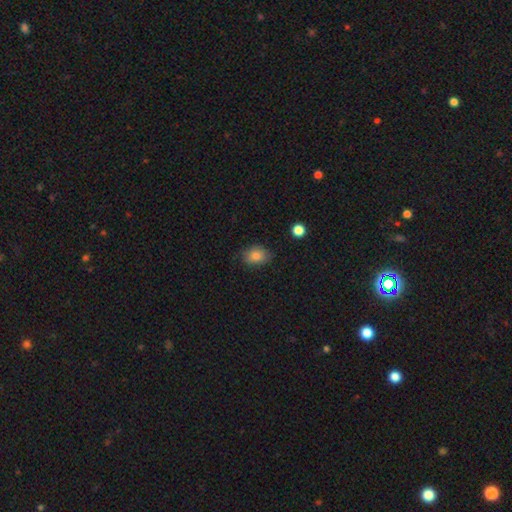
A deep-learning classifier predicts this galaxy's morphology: Smooth or featured? Predicted: smooth (p=0.84). How rounded? Predicted: in between (p=0.72). Merging? Predicted: none (p=0.77).